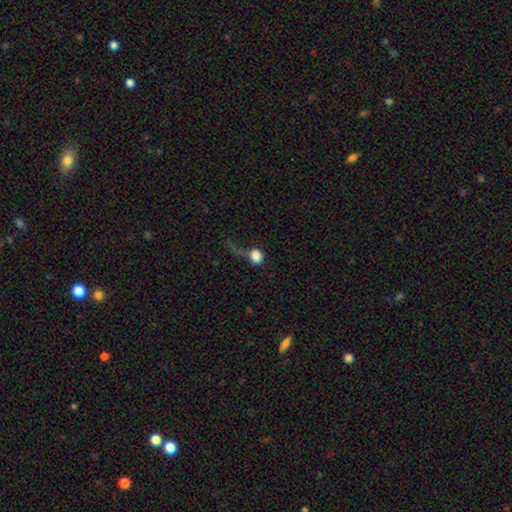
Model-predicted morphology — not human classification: Smooth or featured? Predicted: smooth (p=0.80). How rounded? Predicted: round (p=0.66). Merging? Predicted: major disturbance (p=0.47).